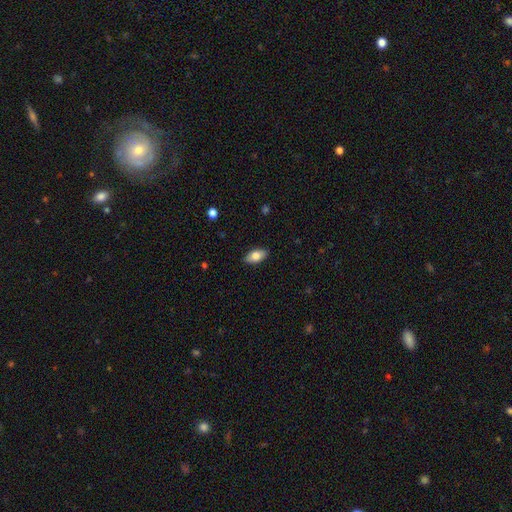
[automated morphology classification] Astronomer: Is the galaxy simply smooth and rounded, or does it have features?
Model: smooth — 77%.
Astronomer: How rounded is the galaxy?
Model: in between — 90%.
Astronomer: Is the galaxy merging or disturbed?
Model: none — 88%.